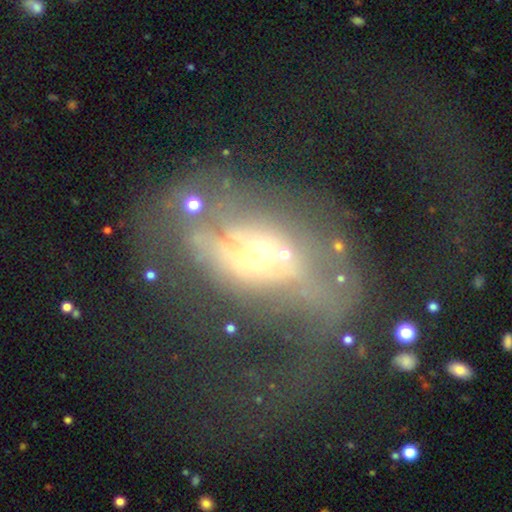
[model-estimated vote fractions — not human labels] This is likely a featured or disk galaxy (61%). It is clearly not viewed edge-on (92%). Bar: likely no (68%). Spiral arm pattern: possibly no (55%). Central bulge: possibly moderate (59%). Merging: possibly major disturbance (52%).